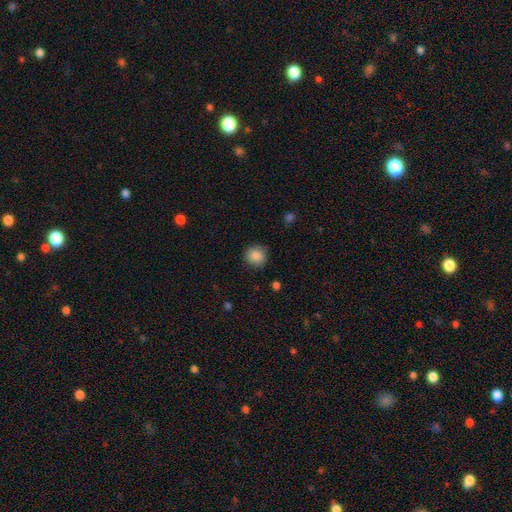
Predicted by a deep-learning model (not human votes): Smooth or featured? smooth (86%)
How rounded? round (89%)
Merging? none (84%)